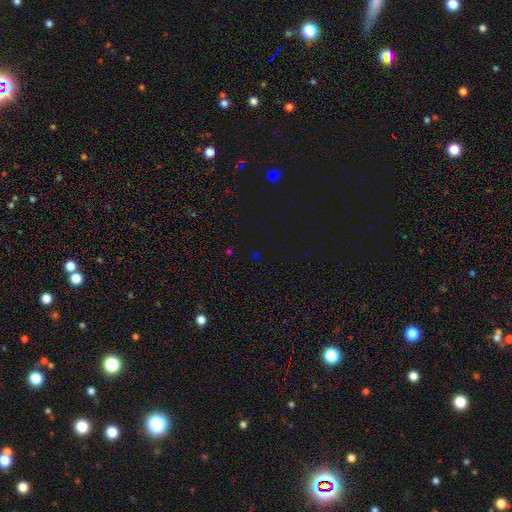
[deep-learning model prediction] smooth_or_featured: star or artifact (p=0.65) [alt: smooth p=0.29]